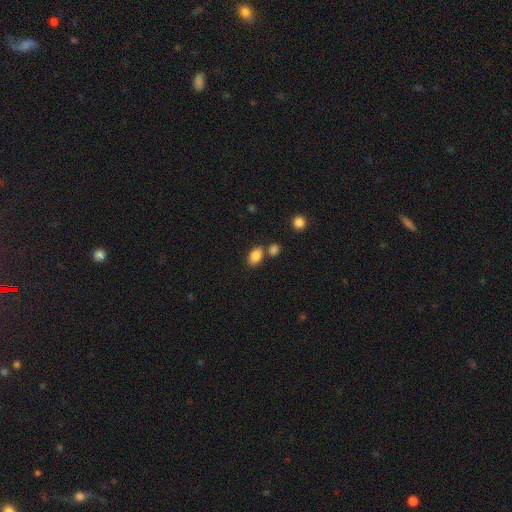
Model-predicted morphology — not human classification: smooth_or_featured: smooth (p=0.85) [alt: star or artifact p=0.09]
how_rounded: in between (p=0.83) [alt: round p=0.15]
merging: none (p=0.63) [alt: merger p=0.22]